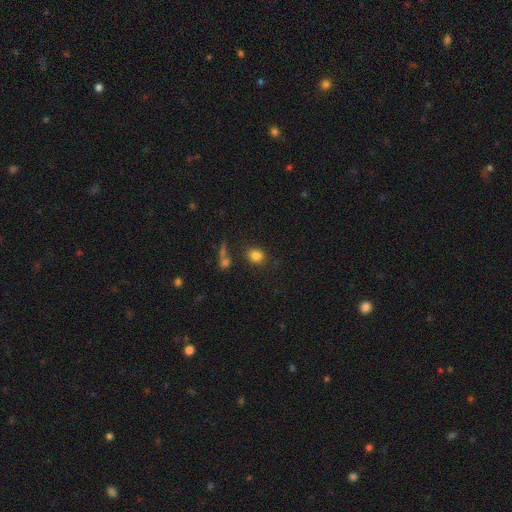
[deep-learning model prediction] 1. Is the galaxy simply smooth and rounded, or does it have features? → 82% smooth, 12% star or artifact, 6% featured or disk.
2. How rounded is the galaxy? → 53% round, 46% in between, 2% cigar-shaped.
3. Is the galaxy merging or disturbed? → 75% none, 12% minor disturbance, 8% merger, 5% major disturbance.